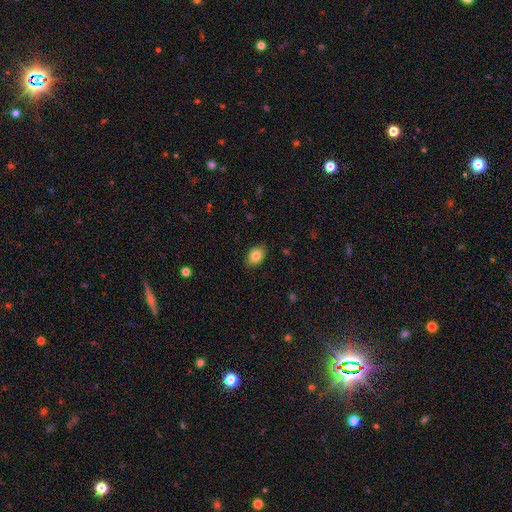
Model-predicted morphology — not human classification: Overall: smooth (84%). How rounded: in between (83%). Merging: none (87%).